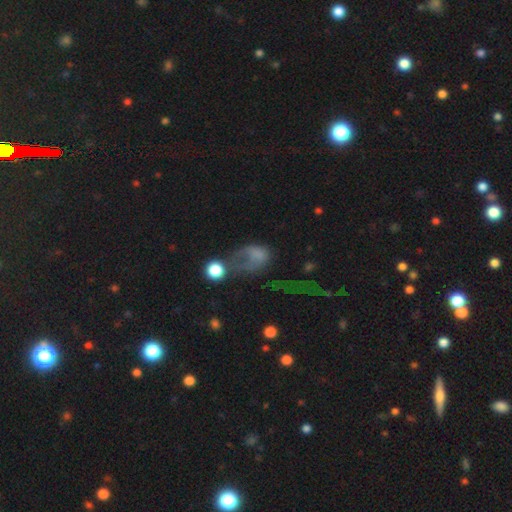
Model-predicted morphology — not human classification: type=smooth (55%); roundness=in between (66%); merging=major disturbance (57%).